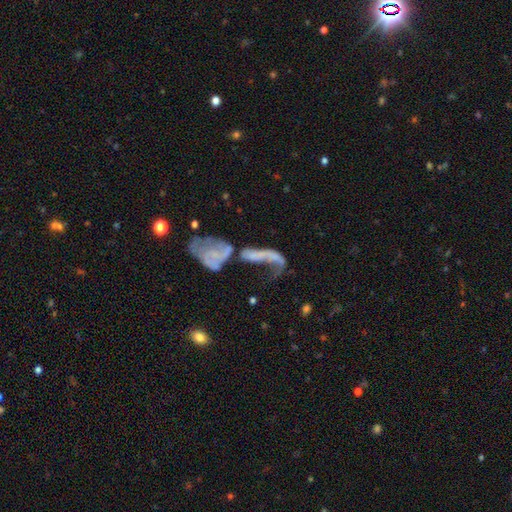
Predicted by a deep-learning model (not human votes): Smooth or featured? featured or disk (46%)
Merging? merger (40%)